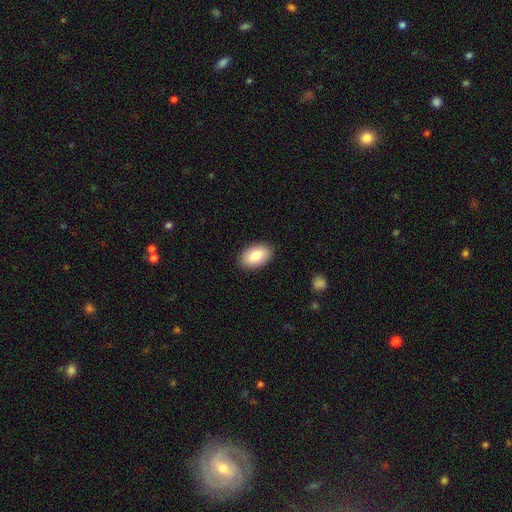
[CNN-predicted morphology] This appears to be a smooth galaxy with no disk features (82%) that is in between round and cigar-shaped (93%). Merging: none (89%).